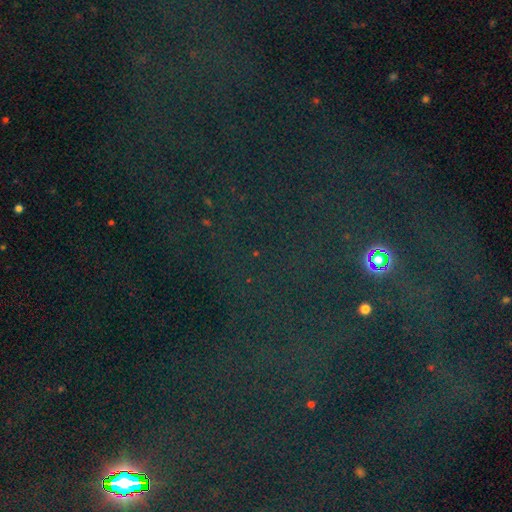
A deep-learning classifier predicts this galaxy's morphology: Smooth or featured? Predicted: star or artifact (p=0.82).